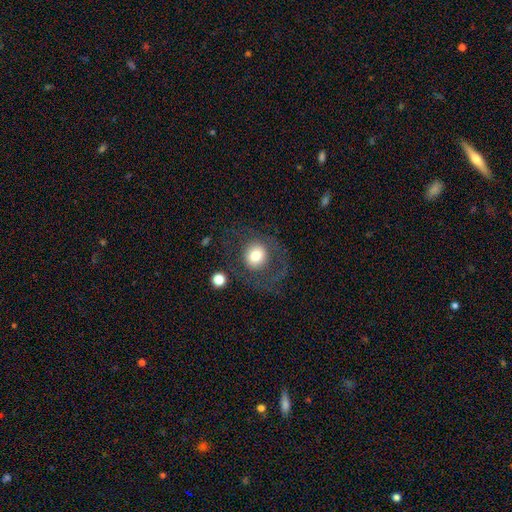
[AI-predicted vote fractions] This is likely a smooth galaxy (68%). How rounded: clearly round (84%). Merging: likely none (63%).